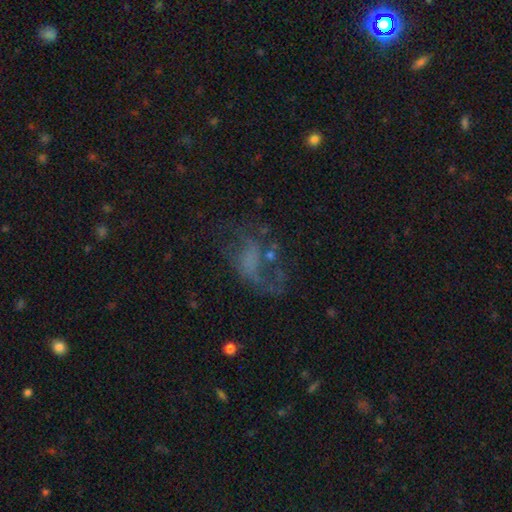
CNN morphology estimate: This is possibly a featured or disk galaxy (53%). It is clearly not viewed edge-on (97%). Bar: likely no (70%). Spiral arm pattern: possibly yes (54%). Central bulge: likely none (63%). Merging: marginally major disturbance (41%).